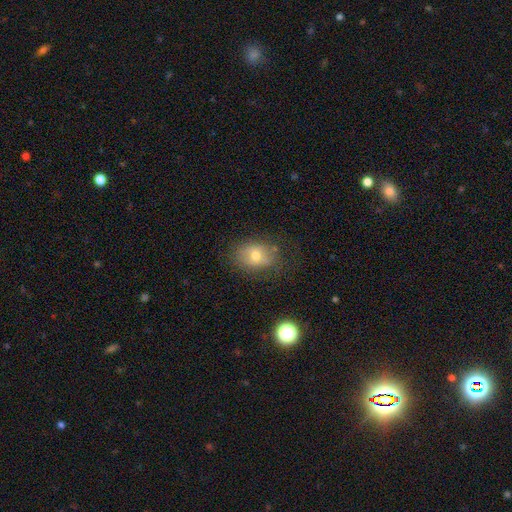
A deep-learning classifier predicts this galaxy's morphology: Smooth or featured? Predicted: smooth (p=0.60). How rounded? Predicted: in between (p=0.64). Merging? Predicted: none (p=0.72).